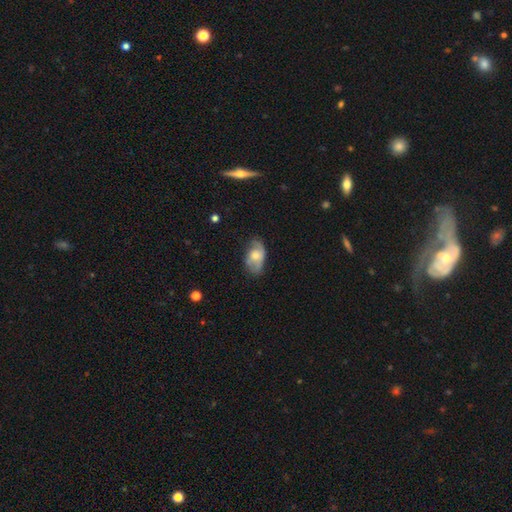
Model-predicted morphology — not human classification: The model was most divided on "smooth or featured": smooth: 48%, featured or disk: 44%, star or artifact: 7%. More confident: merging — none (51%).